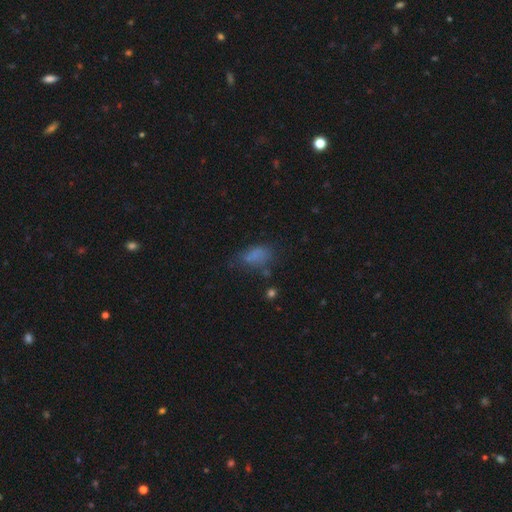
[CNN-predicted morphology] This is likely a smooth galaxy (68%). How rounded: clearly in between (86%). Merging: possibly none (46%).